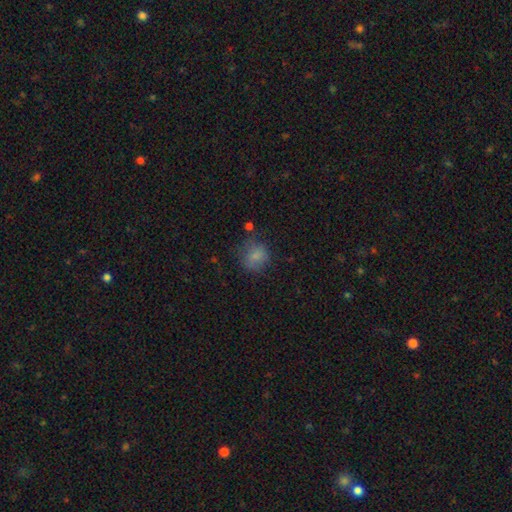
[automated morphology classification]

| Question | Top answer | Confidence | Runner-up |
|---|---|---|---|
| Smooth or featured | smooth | 77% | star or artifact (12%) |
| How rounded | round | 77% | in between (22%) |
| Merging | none | 63% | minor disturbance (23%) |